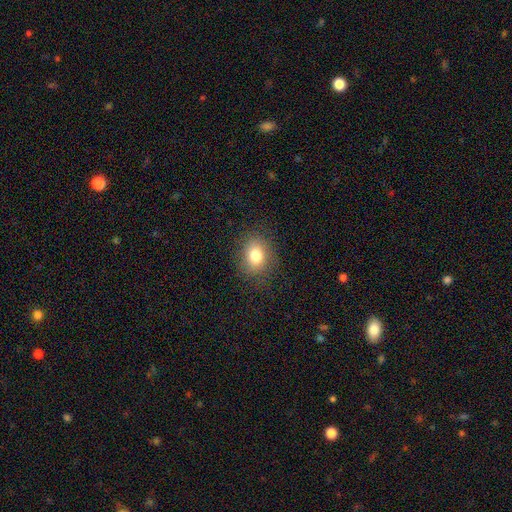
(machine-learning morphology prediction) Smooth or featured?
  - smooth: 80% *
  - star or artifact: 11%
  - featured or disk: 10%
How rounded?
  - in between: 50% *
  - round: 49%
  - cigar-shaped: 1%
Merging?
  - none: 83% *
  - minor disturbance: 12%
  - major disturbance: 5%
  - merger: 1%